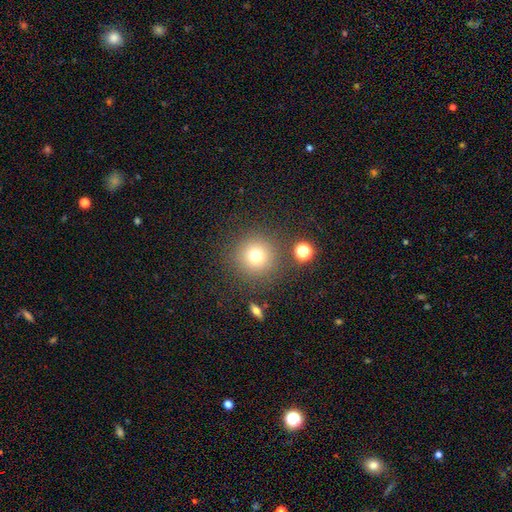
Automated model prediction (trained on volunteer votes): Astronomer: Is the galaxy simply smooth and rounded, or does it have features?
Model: smooth — 74%.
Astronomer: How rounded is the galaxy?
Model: round — 95%.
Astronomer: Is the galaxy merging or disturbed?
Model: none — 86%.